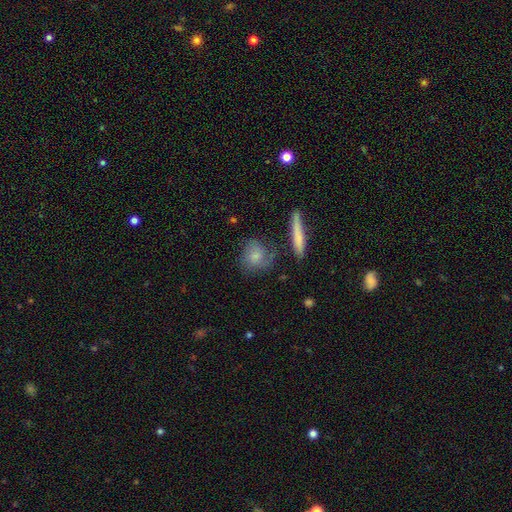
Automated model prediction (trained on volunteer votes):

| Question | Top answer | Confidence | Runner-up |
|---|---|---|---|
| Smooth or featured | smooth | 61% | featured or disk (30%) |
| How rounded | round | 64% | in between (28%) |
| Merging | none | 63% | minor disturbance (19%) |